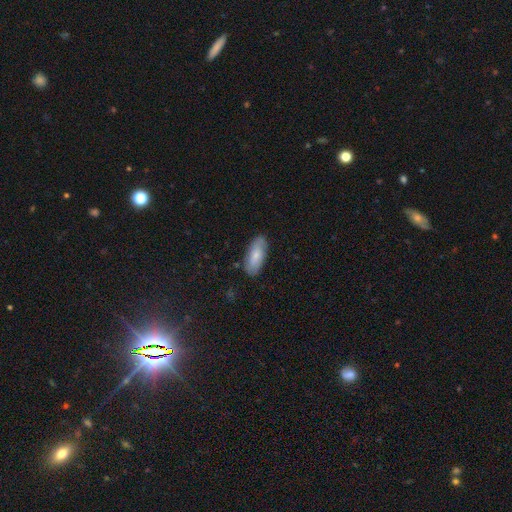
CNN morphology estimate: smooth_or_featured: smooth (p=0.74) [alt: featured or disk p=0.20]
how_rounded: in between (p=0.83) [alt: cigar-shaped p=0.15]
merging: none (p=0.82) [alt: minor disturbance p=0.14]